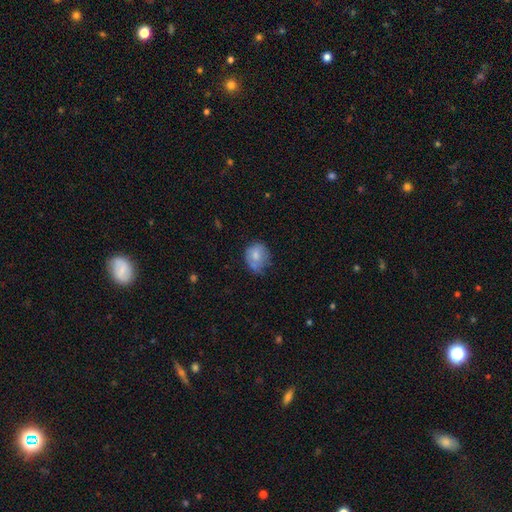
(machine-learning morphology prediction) Overall: smooth (71%). How rounded: round (63%; in between 36%). Merging: none (47%; minor disturbance 36%).